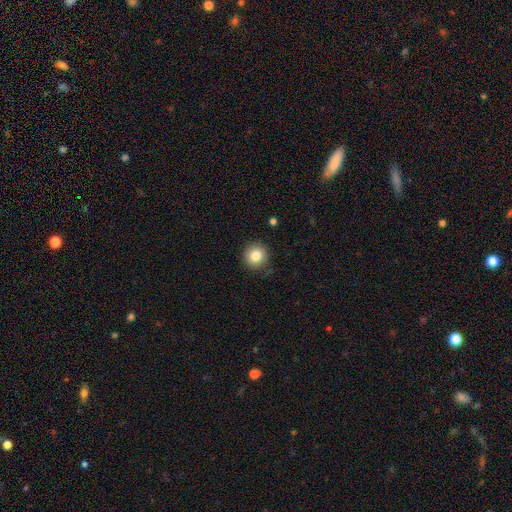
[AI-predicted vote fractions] The model was most divided on "smooth or featured": smooth: 83%, star or artifact: 10%, featured or disk: 7%. More confident: how rounded — round (93%); merging — none (87%).